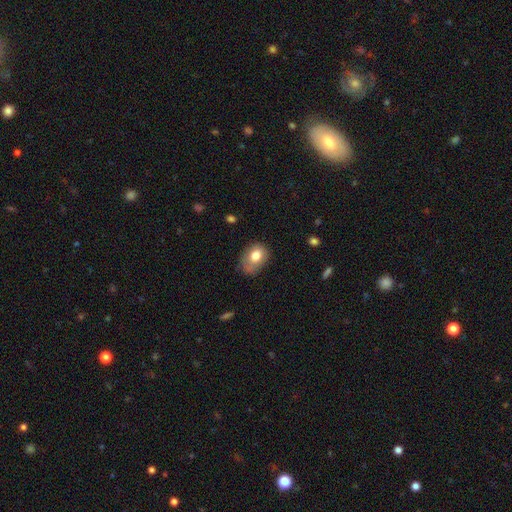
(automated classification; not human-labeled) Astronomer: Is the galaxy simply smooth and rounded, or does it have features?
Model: smooth — 75%.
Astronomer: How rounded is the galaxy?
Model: in between — 66%.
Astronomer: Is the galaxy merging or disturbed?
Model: none — 52% (runner-up: minor disturbance, 32%).